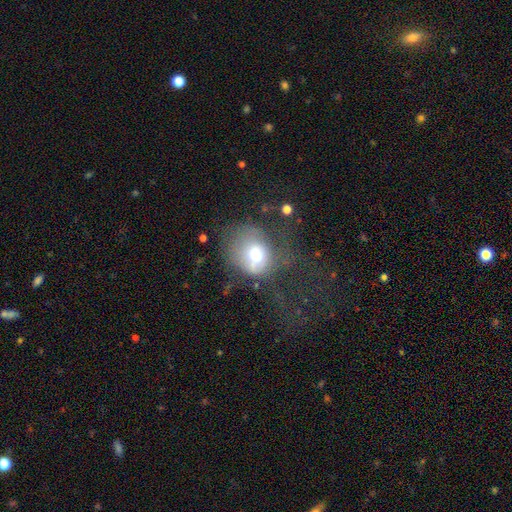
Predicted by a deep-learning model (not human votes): A smooth galaxy with no disk features (64%) that is round (65%).

Vote fractions:
- Smooth or featured? smooth: 64% / featured or disk: 23% / star or artifact: 13%
- How rounded? round: 65% / in between: 34% / cigar-shaped: 1%
- Merging? none: 36% / major disturbance: 35% / minor disturbance: 23% / merger: 5%